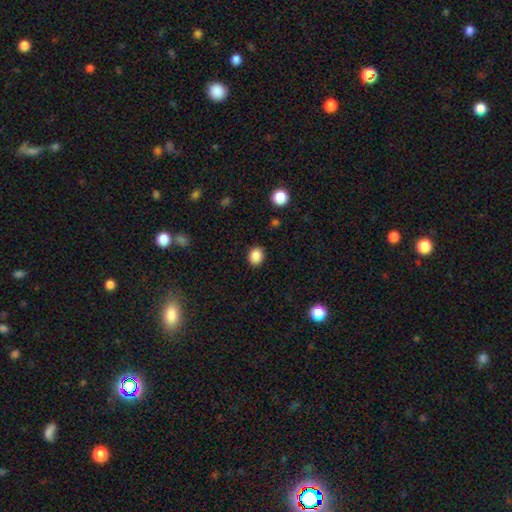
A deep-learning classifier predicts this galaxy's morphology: smooth_or_featured: smooth (p=0.87) [alt: star or artifact p=0.10]
how_rounded: round (p=0.58) [alt: in between p=0.41]
merging: none (p=0.87) [alt: minor disturbance p=0.09]